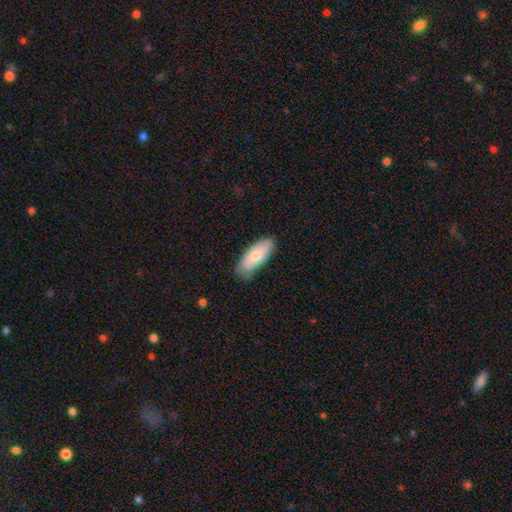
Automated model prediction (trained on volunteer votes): A smooth galaxy with no disk features (74%) that is in between round and cigar-shaped (81%).

Vote fractions:
- Smooth or featured? smooth: 74% / featured or disk: 20% / star or artifact: 6%
- How rounded? in between: 81% / cigar-shaped: 17% / round: 2%
- Merging? none: 77% / minor disturbance: 19% / major disturbance: 3% / merger: 1%